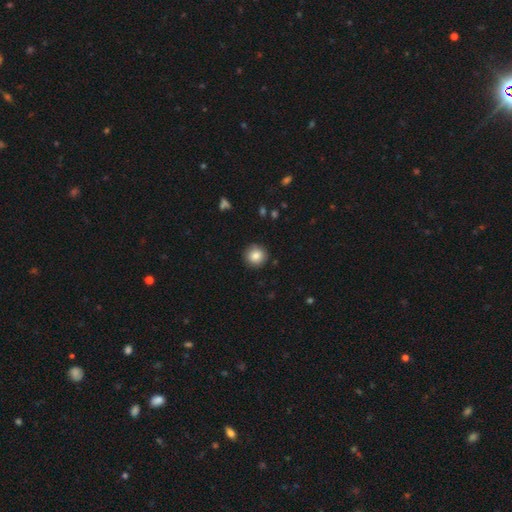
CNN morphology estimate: smooth 84%, star or artifact 9%, featured or disk 7%. Down the decision tree: how rounded — round (94%); merging — none (89%).